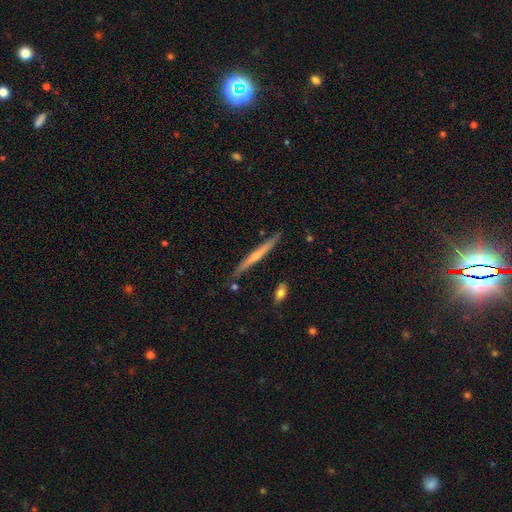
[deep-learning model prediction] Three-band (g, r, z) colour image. It shows a featured or disk galaxy (59%) viewed edge-on (97%) with no central bulge (48%). Merging: none (86%).